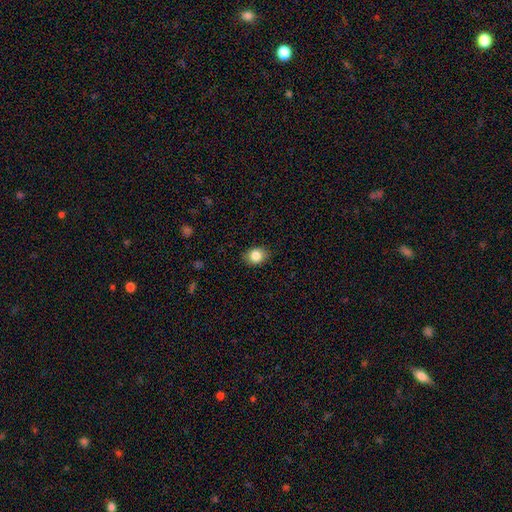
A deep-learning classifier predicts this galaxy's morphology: smooth_or_featured: smooth (p=0.84) [alt: star or artifact p=0.09]
how_rounded: in between (p=0.53) [alt: round p=0.46]
merging: none (p=0.86) [alt: minor disturbance p=0.10]